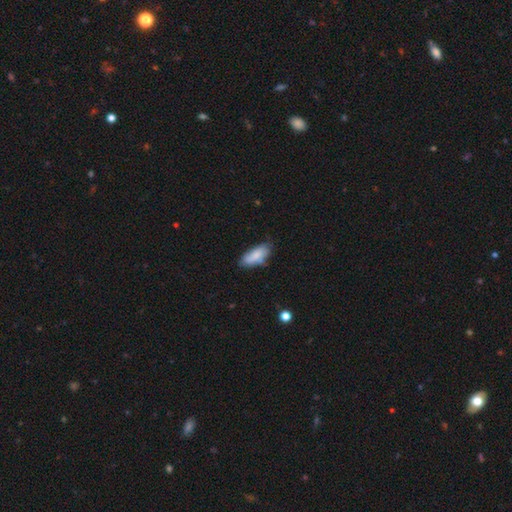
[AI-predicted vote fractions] This is likely a smooth galaxy (79%). How rounded: clearly in between (80%). Merging: likely none (63%).